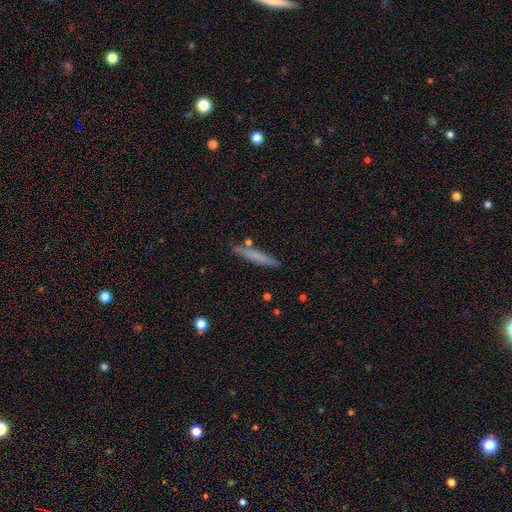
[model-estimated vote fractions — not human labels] Smooth or featured? Predicted: smooth (p=0.66). How rounded? Predicted: cigar-shaped (p=0.94). Merging? Predicted: none (p=0.84).